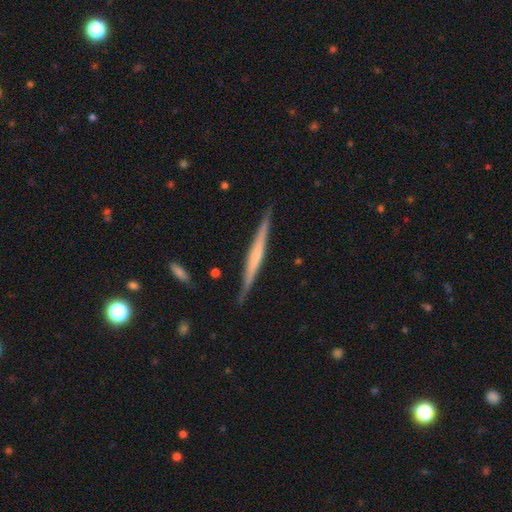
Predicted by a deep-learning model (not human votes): Morphology: type=featured or disk (66%); edge-on=yes (98%); edge-on bulge=none (53%); merging=none (87%).